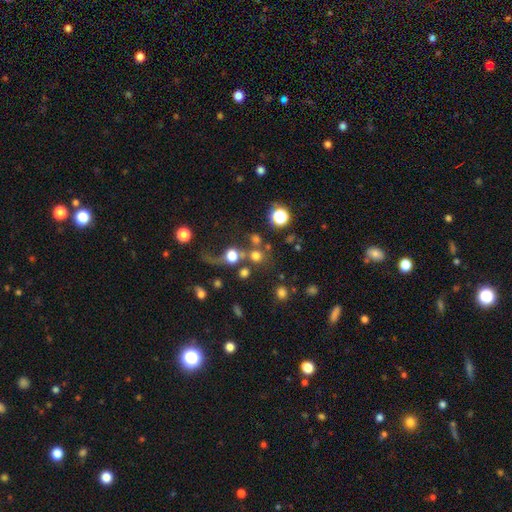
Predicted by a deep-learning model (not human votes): Q: Smooth or featured?
A: smooth (68%); runner-up: star or artifact (21%)
Q: How rounded?
A: round (90%); runner-up: in between (8%)
Q: Merging?
A: none (56%); runner-up: merger (25%)